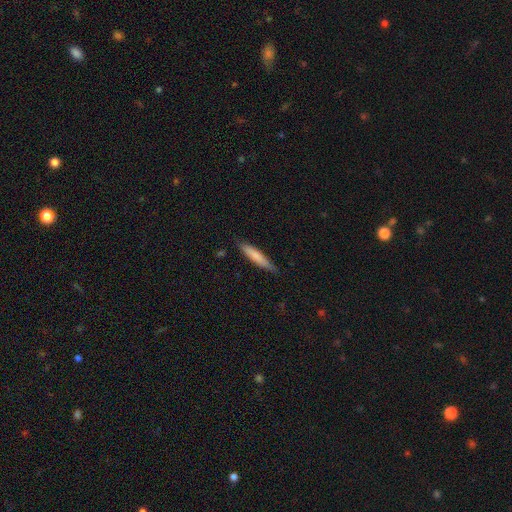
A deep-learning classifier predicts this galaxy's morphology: A smooth galaxy with no disk features (75%) that is cigar-shaped (89%).

Vote fractions:
- Smooth or featured? smooth: 75% / featured or disk: 20% / star or artifact: 5%
- How rounded? cigar-shaped: 89% / in between: 10% / round: 1%
- Merging? none: 83% / minor disturbance: 13% / major disturbance: 2% / merger: 1%